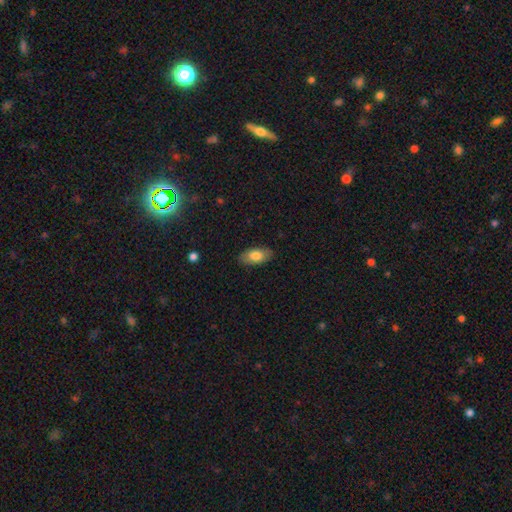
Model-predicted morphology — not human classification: A smooth galaxy with no disk features (79%) that is in between round and cigar-shaped (92%).

Vote fractions:
- Smooth or featured? smooth: 79% / featured or disk: 15% / star or artifact: 6%
- How rounded? in between: 92% / cigar-shaped: 5% / round: 3%
- Merging? none: 86% / minor disturbance: 11% / major disturbance: 2% / merger: 1%